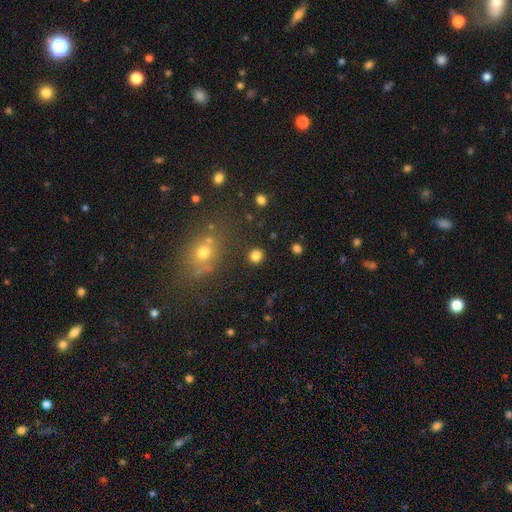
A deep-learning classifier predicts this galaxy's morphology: Smooth or featured? Predicted: smooth (p=0.82). How rounded? Predicted: round (p=0.88). Merging? Predicted: none (p=0.89).